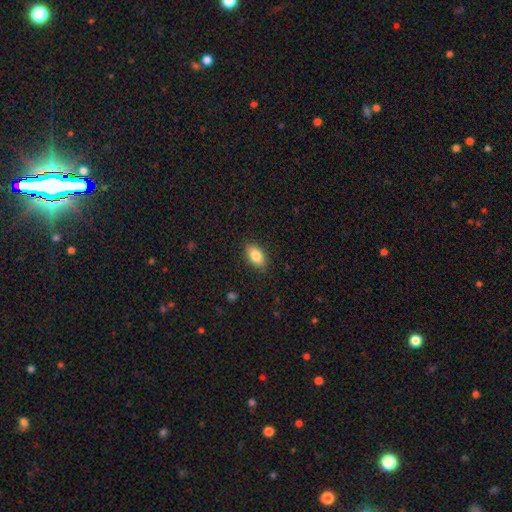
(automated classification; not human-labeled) This appears to be a smooth galaxy with no disk features (85%) that is in between round and cigar-shaped (91%). Merging: none (87%).